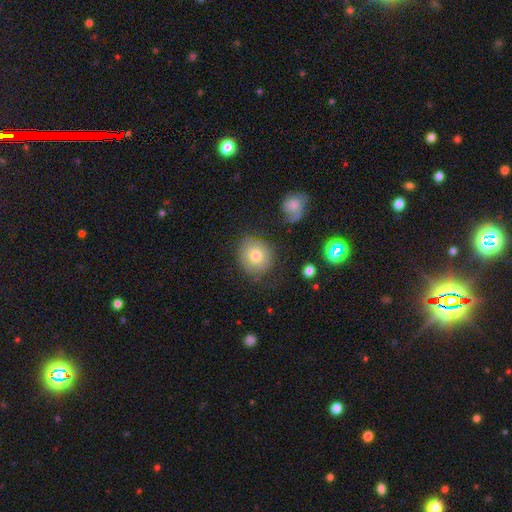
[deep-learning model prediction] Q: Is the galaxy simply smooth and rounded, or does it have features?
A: smooth — 70%.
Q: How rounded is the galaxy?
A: round — 81%.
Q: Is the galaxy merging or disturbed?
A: none — 71%.